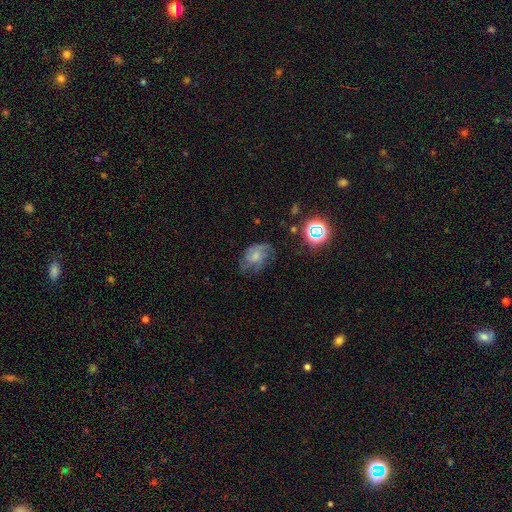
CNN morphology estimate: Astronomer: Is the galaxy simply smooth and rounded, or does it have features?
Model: featured or disk — 48% (runner-up: smooth, 38%).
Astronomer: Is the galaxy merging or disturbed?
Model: none — 48% (runner-up: minor disturbance, 28%).